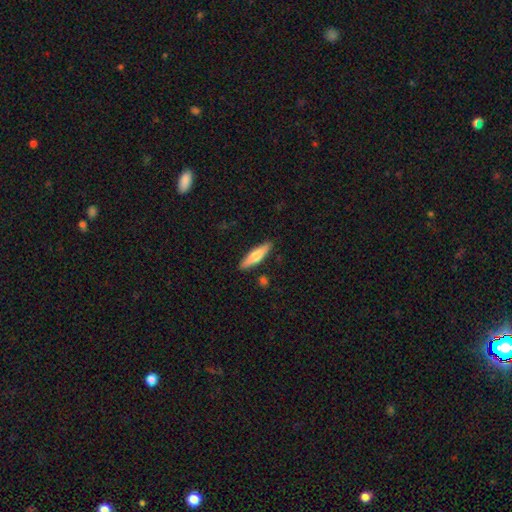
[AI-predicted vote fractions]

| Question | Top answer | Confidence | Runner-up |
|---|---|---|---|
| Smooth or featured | smooth | 63% | featured or disk (32%) |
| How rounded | cigar-shaped | 73% | in between (25%) |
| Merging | none | 87% | minor disturbance (9%) |